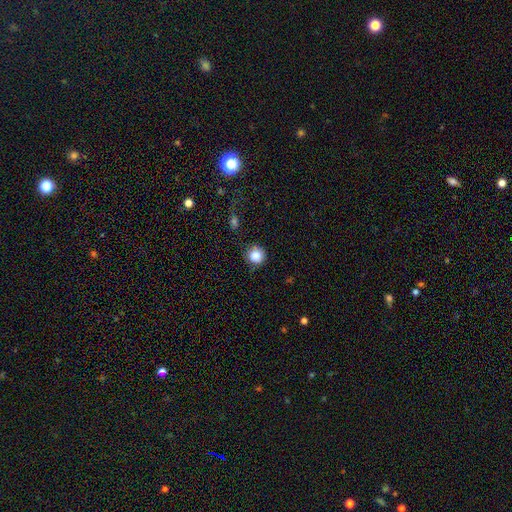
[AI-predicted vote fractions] smooth 85%, star or artifact 10%, featured or disk 6%. Down the decision tree: how rounded — round (92%); merging — none (77%).